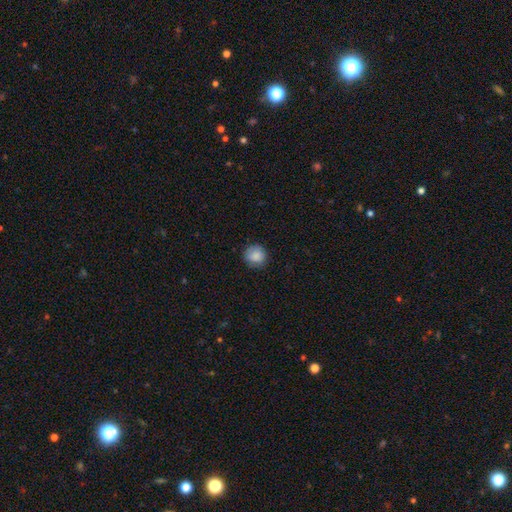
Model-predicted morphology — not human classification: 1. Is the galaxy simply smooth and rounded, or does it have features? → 86% smooth, 8% star or artifact, 6% featured or disk.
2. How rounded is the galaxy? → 89% round, 10% in between, 1% cigar-shaped.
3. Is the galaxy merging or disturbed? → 83% none, 13% minor disturbance, 3% major disturbance, 1% merger.